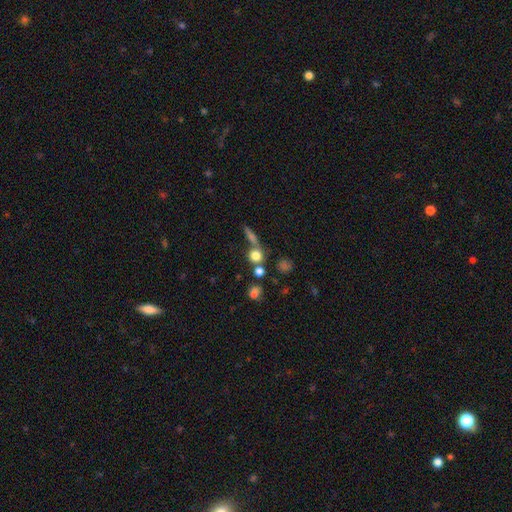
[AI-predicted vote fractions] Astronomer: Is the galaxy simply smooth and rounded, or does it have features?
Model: smooth — 73%.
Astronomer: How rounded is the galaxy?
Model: round — 83%.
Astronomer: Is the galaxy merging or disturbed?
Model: none — 54%.